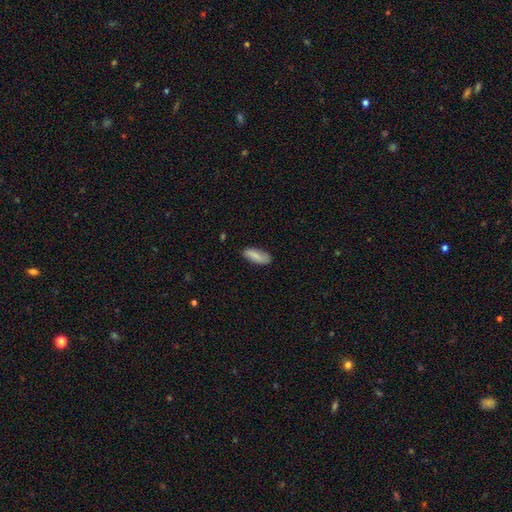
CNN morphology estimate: Smooth or featured: smooth — 83% (featured or disk — 11%)
How rounded: in between — 75% (cigar-shaped — 23%)
Merging: none — 76% (minor disturbance — 19%)